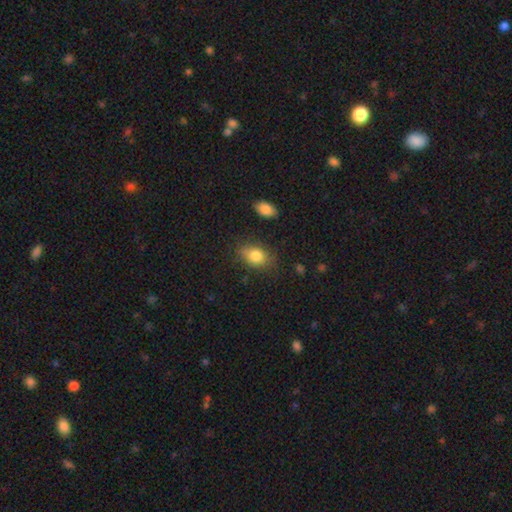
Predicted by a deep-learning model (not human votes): Smooth or featured?
  - smooth: 82% *
  - featured or disk: 10%
  - star or artifact: 9%
How rounded?
  - in between: 76% *
  - round: 22%
  - cigar-shaped: 2%
Merging?
  - none: 69% *
  - minor disturbance: 22%
  - major disturbance: 6%
  - merger: 3%